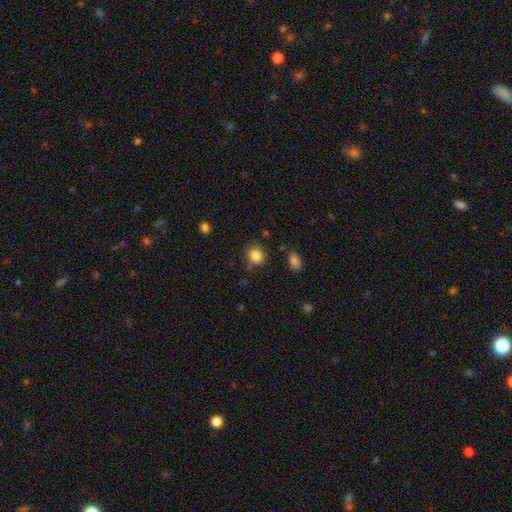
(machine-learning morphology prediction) Overall: smooth (85%). How rounded: round (78%). Merging: none (79%).